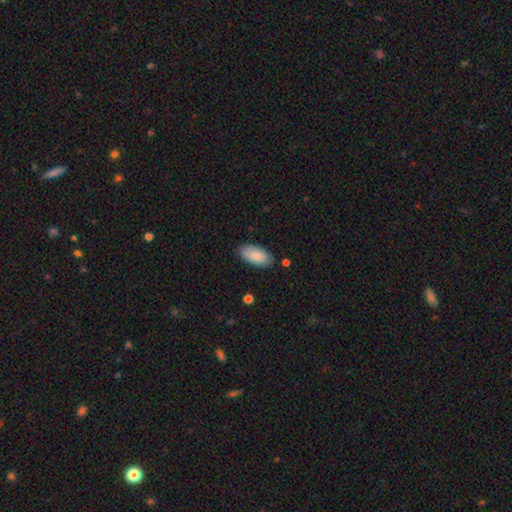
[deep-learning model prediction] smooth 87%, featured or disk 7%, star or artifact 6%. Down the decision tree: how rounded — in between (93%); merging — none (84%).